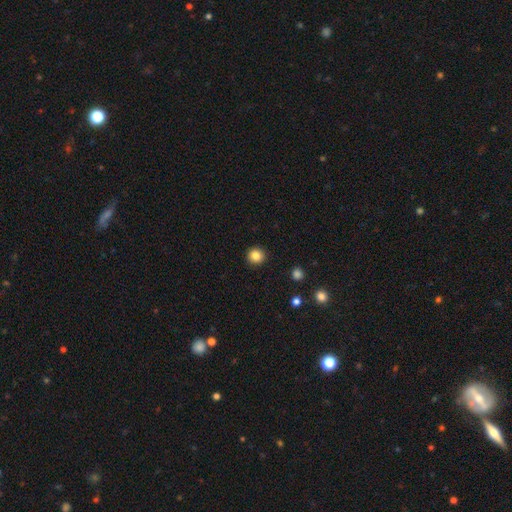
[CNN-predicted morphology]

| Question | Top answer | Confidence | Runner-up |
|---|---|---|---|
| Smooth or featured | smooth | 84% | star or artifact (11%) |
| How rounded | round | 93% | in between (6%) |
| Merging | none | 93% | minor disturbance (5%) |